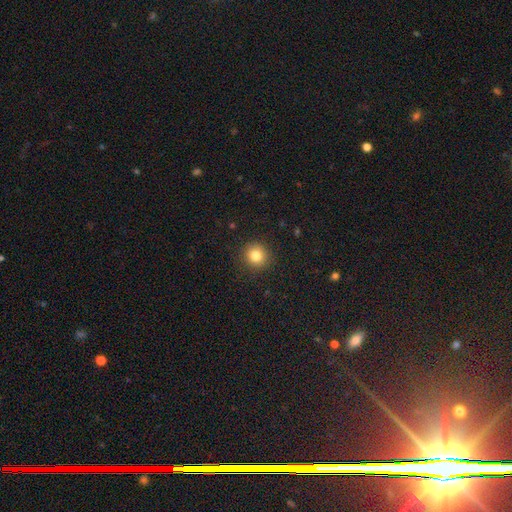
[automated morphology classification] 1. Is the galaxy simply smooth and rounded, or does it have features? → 82% smooth, 12% star or artifact, 7% featured or disk.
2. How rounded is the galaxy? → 92% round, 7% in between, 1% cigar-shaped.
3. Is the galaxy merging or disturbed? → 91% none, 6% minor disturbance, 2% major disturbance, 1% merger.